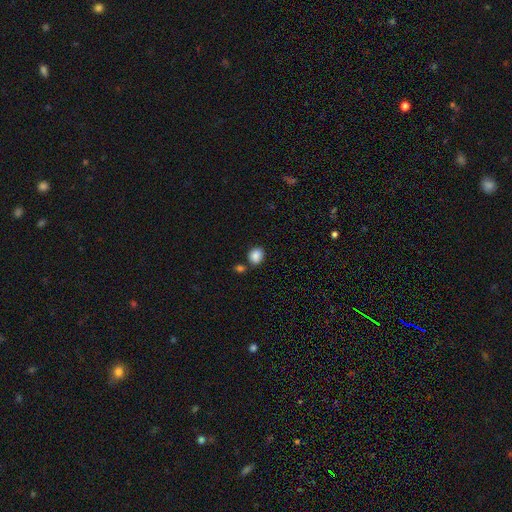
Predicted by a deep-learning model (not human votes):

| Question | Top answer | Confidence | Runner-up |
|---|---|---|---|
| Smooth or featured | smooth | 87% | star or artifact (9%) |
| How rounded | round | 55% | in between (44%) |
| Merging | none | 72% | minor disturbance (12%) |